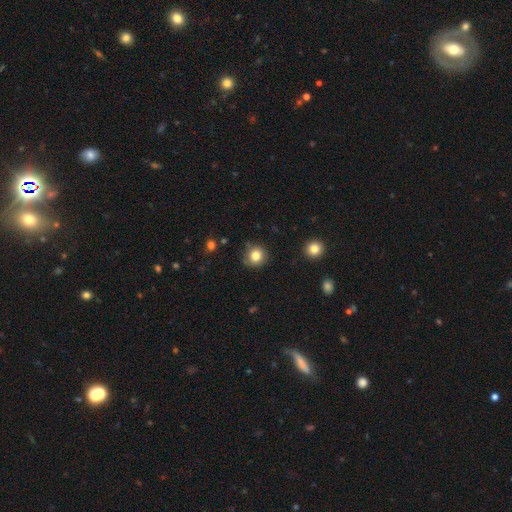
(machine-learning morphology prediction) A smooth galaxy with no disk features (82%) that is round (91%).

Vote fractions:
- Smooth or featured? smooth: 82% / star or artifact: 11% / featured or disk: 7%
- How rounded? round: 91% / in between: 8% / cigar-shaped: 1%
- Merging? none: 82% / minor disturbance: 13% / major disturbance: 3% / merger: 2%